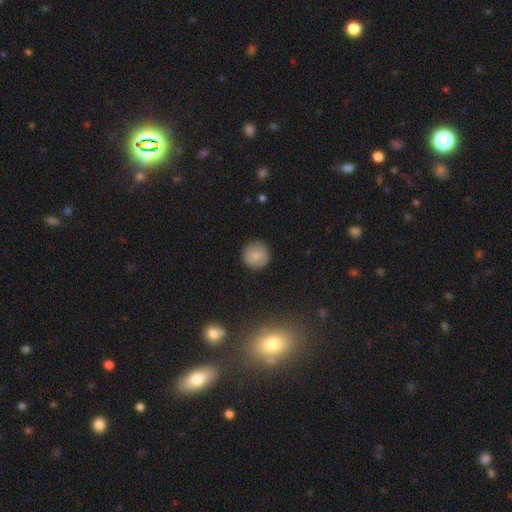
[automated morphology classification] smooth 82%, featured or disk 9%, star or artifact 9%. Down the decision tree: how rounded — round (95%); merging — none (90%).